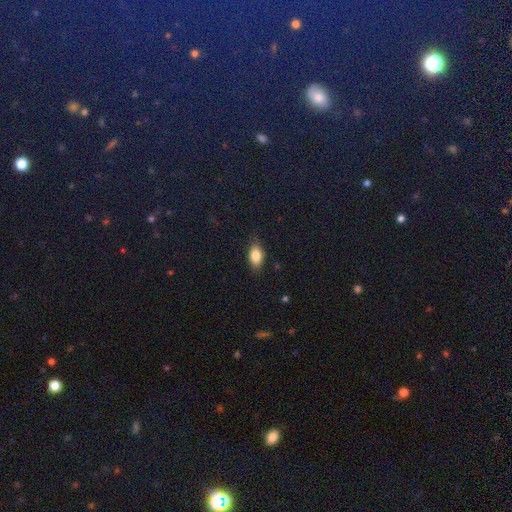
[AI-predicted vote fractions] Overall: smooth (81%). How rounded: in between (87%). Merging: none (79%).